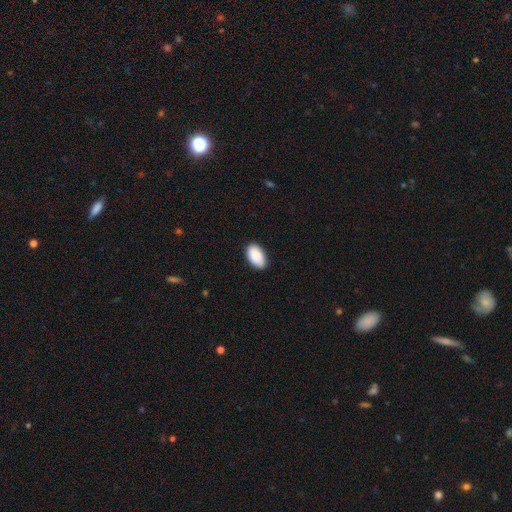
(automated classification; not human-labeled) Overall: smooth (89%). How rounded: in between (95%). Merging: none (86%).